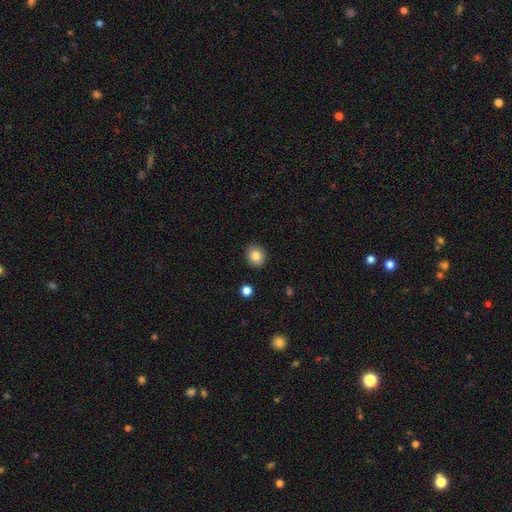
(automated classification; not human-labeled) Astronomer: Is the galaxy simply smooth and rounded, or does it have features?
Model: smooth — 85%.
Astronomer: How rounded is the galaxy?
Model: round — 78%.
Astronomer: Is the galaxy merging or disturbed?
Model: none — 90%.